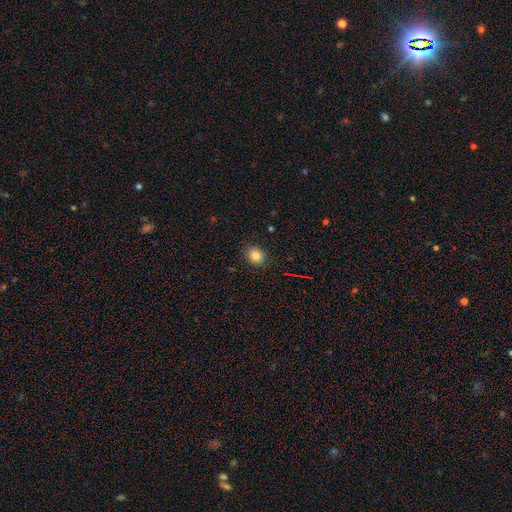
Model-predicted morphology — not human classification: type=smooth (82%); roundness=round (77%); merging=none (89%).